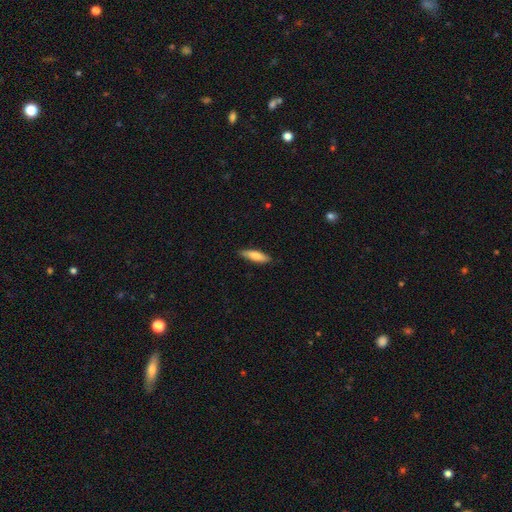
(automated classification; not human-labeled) This appears to be a smooth galaxy with no disk features (77%) that is cigar-shaped (63%). Merging: none (87%).